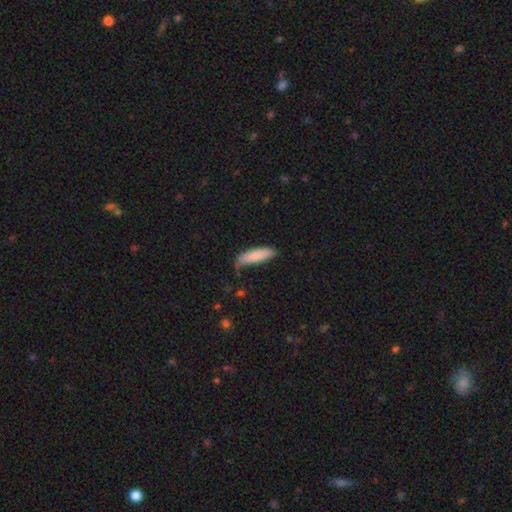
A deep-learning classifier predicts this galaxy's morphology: smooth-or-featured: smooth: 82% | featured or disk: 12% | star or artifact: 6%
  how-rounded: cigar-shaped: 63% | in between: 35% | round: 2%
  merging: none: 66% | minor disturbance: 26% | major disturbance: 5% | merger: 3%